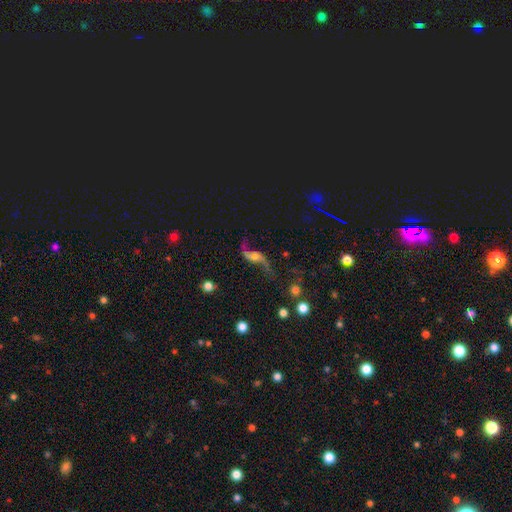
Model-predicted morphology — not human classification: Smooth or featured?
  - featured or disk: 81% *
  - star or artifact: 11%
  - smooth: 8%
Edge-on disk?
  - no: 91% *
  - yes: 9%
Bar?
  - no: 57% *
  - weak: 31%
  - strong: 12%
Spiral arms?
  - yes: 95% *
  - no: 5%
Spiral winding?
  - loose: 93% *
  - medium: 5%
  - tight: 2%
Spiral arm count?
  - 2: 93% *
  - 1: 3%
  - can't tell: 2%
  - 3: 1%
  - 4: 1%
  - more than 4: 1%
Bulge size?
  - moderate: 47% *
  - small: 30%
  - large: 11%
  - none: 8%
  - dominant: 3%
Merging?
  - none: 69% *
  - minor disturbance: 14%
  - major disturbance: 13%
  - merger: 4%